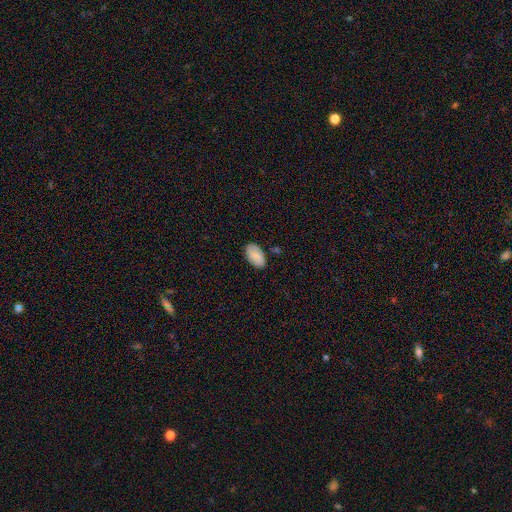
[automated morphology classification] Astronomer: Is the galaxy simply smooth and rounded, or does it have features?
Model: smooth — 86%.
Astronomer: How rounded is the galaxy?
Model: in between — 95%.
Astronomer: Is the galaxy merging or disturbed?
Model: none — 82%.